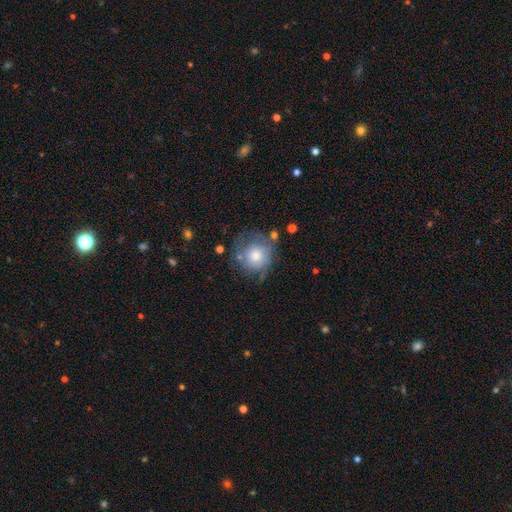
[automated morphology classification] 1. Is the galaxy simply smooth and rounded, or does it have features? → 46% featured or disk, 45% smooth, 9% star or artifact.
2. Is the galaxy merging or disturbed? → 55% none, 24% minor disturbance, 16% major disturbance, 4% merger.